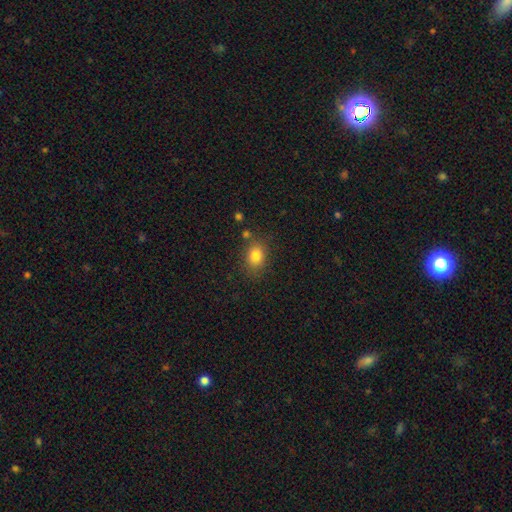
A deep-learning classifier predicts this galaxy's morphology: The model was most divided on "how rounded": in between: 60%, round: 38%, cigar-shaped: 1%. More confident: smooth or featured — smooth (82%); merging — none (77%).